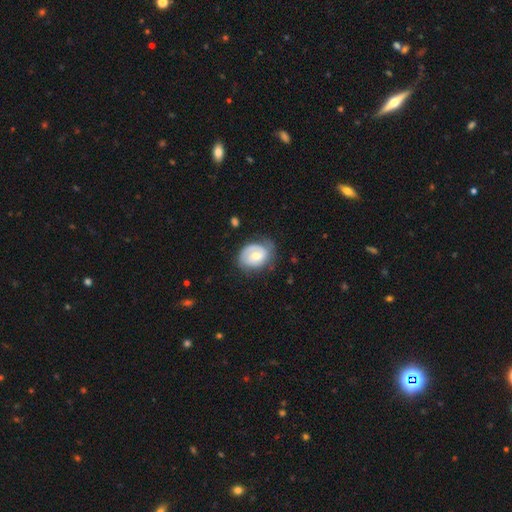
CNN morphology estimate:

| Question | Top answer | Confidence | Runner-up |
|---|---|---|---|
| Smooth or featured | featured or disk | 68% | smooth (26%) |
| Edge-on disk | no | 97% | yes (3%) |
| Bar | no | 56% | weak (37%) |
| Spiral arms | yes | 87% | no (13%) |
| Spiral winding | tight | 54% | medium (32%) |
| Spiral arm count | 1 | 41% | 2 (40%) |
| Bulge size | moderate | 62% | small (31%) |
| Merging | none | 65% | minor disturbance (24%) |